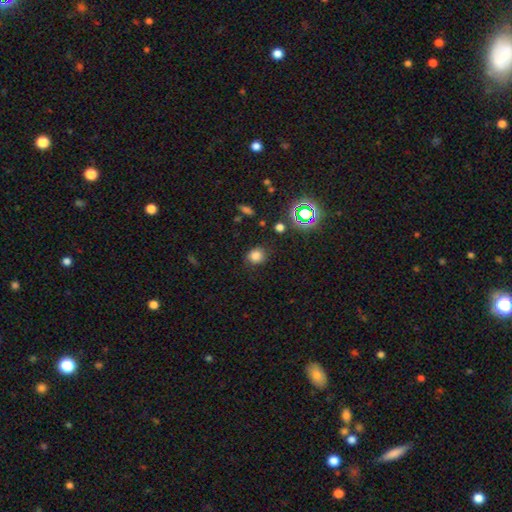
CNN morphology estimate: type=smooth (76%); roundness=round (74%); merging=none (81%).